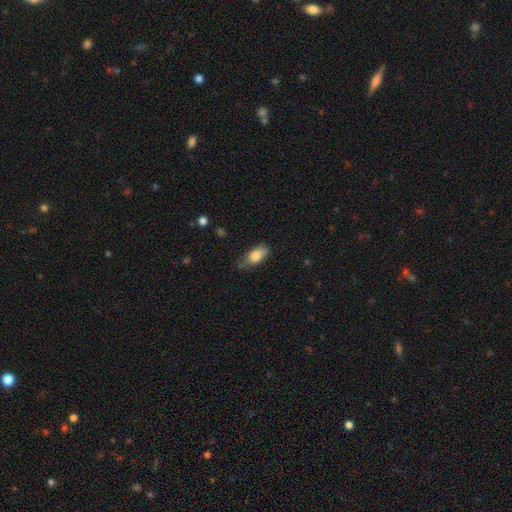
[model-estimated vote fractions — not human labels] Q: Smooth or featured?
A: smooth (80%); runner-up: featured or disk (13%)
Q: How rounded?
A: in between (85%); runner-up: cigar-shaped (11%)
Q: Merging?
A: none (59%); runner-up: minor disturbance (32%)